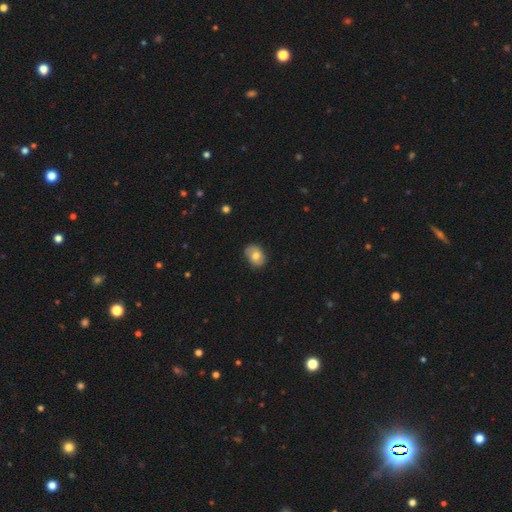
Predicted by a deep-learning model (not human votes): Smooth or featured? smooth (65%)
How rounded? in between (69%)
Merging? none (78%)